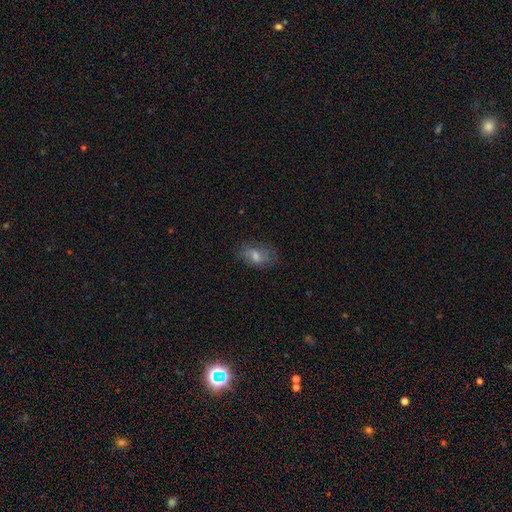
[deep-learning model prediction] A smooth galaxy with no disk features (43%, tied with featured or disk). Merging: none (69%).